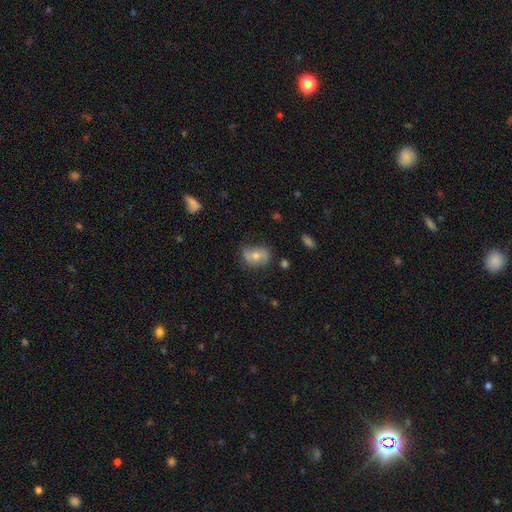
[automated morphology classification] This appears to be a featured or disk galaxy (46%). Merging: none (66%).